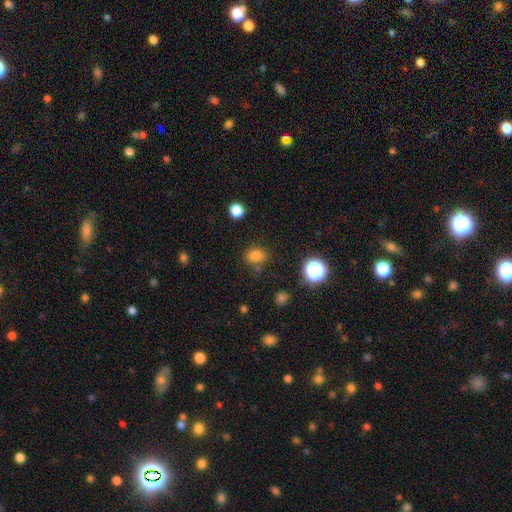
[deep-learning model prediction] Smooth or featured: smooth — 79% (star or artifact — 15%)
How rounded: in between — 59% (round — 40%)
Merging: none — 75% (minor disturbance — 14%)